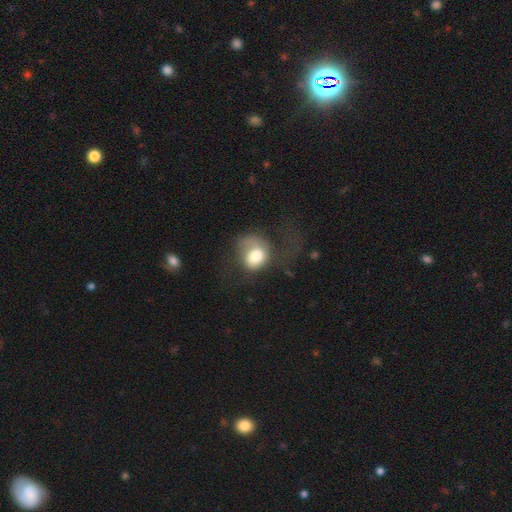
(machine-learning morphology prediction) Smooth or featured? smooth (63%)
How rounded? round (59%)
Merging? major disturbance (45%)